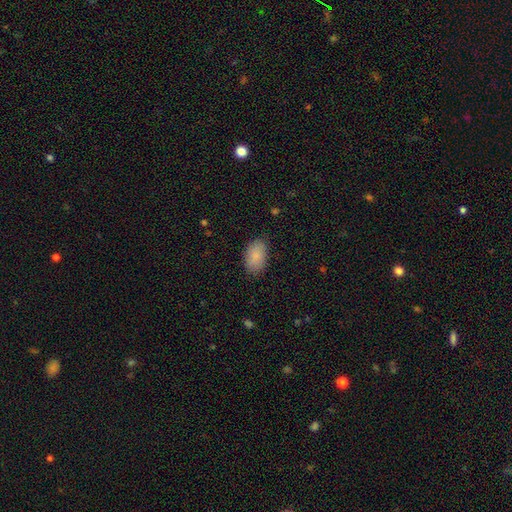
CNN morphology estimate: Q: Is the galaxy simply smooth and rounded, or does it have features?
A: smooth — 87%.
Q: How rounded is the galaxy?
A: in between — 93%.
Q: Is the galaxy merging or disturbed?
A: none — 83%.